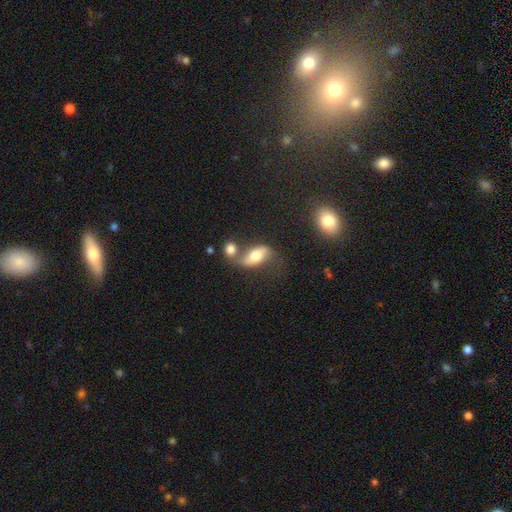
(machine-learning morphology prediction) This appears to be a smooth galaxy with no disk features (47%). Merging: none (36%).